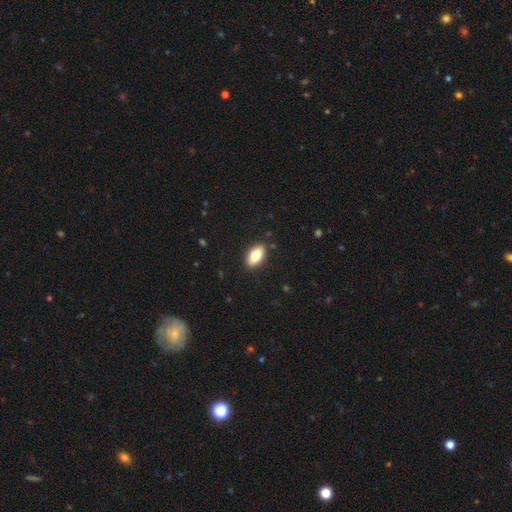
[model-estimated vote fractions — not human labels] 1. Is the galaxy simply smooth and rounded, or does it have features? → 78% smooth, 15% featured or disk, 7% star or artifact.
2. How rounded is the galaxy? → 90% in between, 6% cigar-shaped, 4% round.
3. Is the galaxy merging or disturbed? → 88% none, 9% minor disturbance, 2% major disturbance, 1% merger.